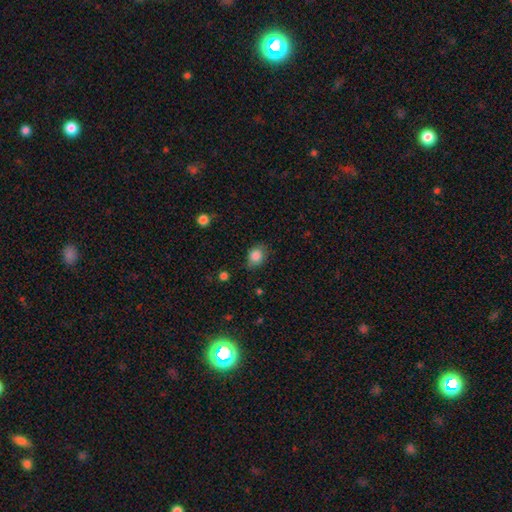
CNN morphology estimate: This is clearly a smooth galaxy (85%). How rounded: possibly round (52%). Merging: likely none (70%).